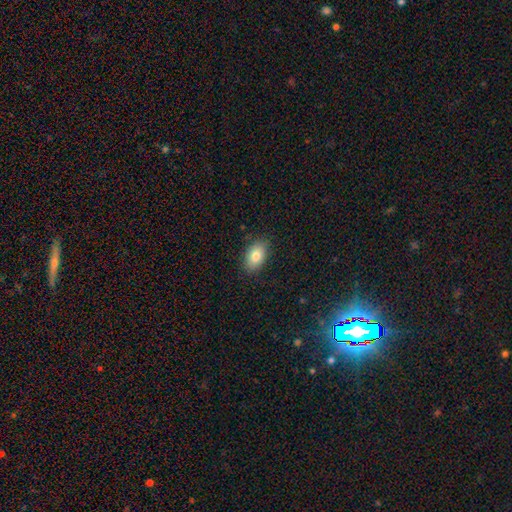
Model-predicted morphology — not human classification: Smooth or featured? smooth (82%)
How rounded? in between (90%)
Merging? none (86%)